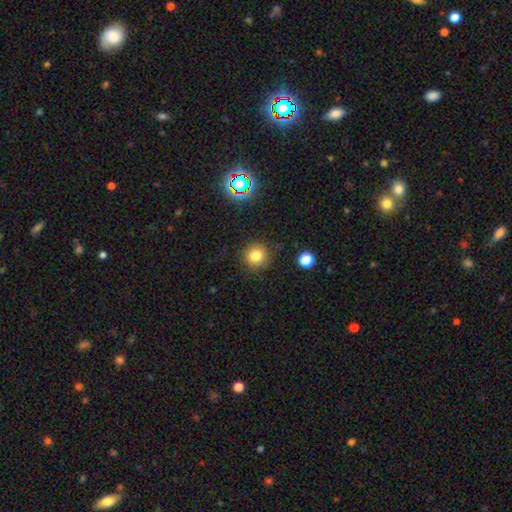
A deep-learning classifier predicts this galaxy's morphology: A smooth galaxy with no disk features (79%) that is round (92%).

Vote fractions:
- Smooth or featured? smooth: 79% / star or artifact: 14% / featured or disk: 7%
- How rounded? round: 92% / in between: 7% / cigar-shaped: 1%
- Merging? none: 88% / minor disturbance: 8% / major disturbance: 3% / merger: 2%